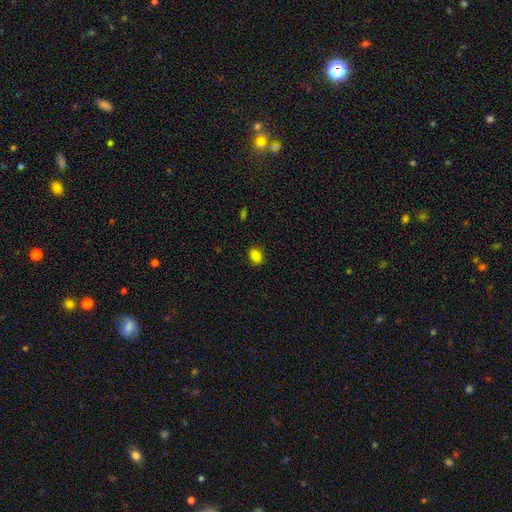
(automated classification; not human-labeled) A smooth galaxy with no disk features (85%) that is in between round and cigar-shaped (62%). Merging: none (86%).